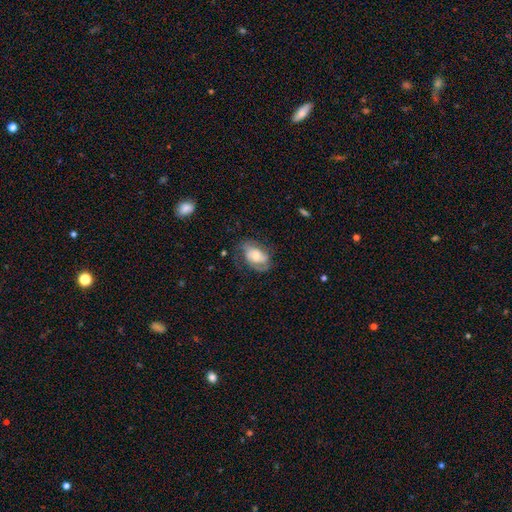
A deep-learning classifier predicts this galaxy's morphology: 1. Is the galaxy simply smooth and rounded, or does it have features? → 54% featured or disk, 38% smooth, 7% star or artifact.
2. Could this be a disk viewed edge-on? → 95% no, 5% yes.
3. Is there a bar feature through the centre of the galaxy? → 63% no, 28% weak, 9% strong.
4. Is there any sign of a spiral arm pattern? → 76% yes, 24% no.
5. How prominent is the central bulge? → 43% moderate, 34% small, 15% large, 5% none, 3% dominant.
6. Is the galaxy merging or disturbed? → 55% none, 25% minor disturbance, 18% major disturbance, 2% merger.